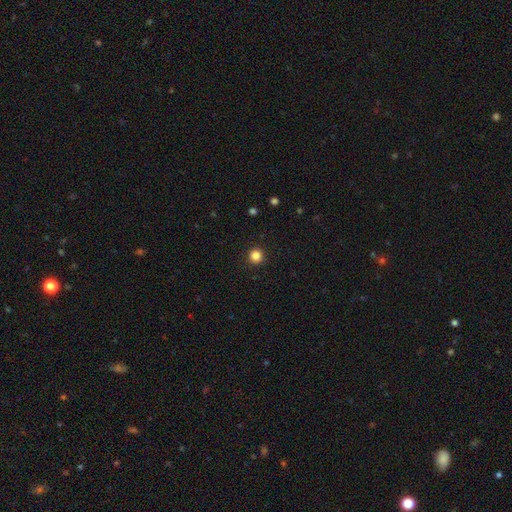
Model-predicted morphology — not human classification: The model was most divided on "smooth or featured": smooth: 84%, star or artifact: 12%, featured or disk: 4%. More confident: how rounded — round (95%); merging — none (93%).